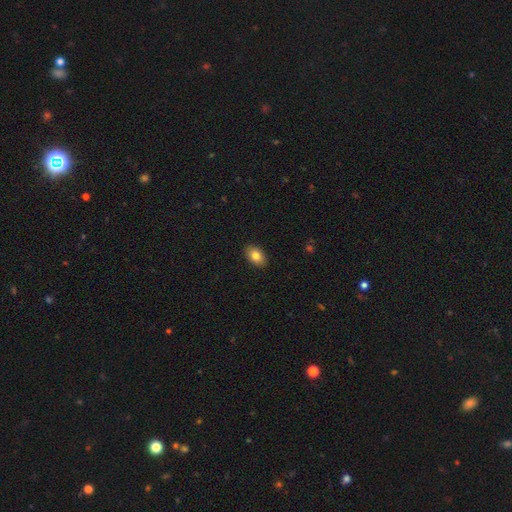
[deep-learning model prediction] Morphology: type=smooth (82%); roundness=in between (87%); merging=none (90%).